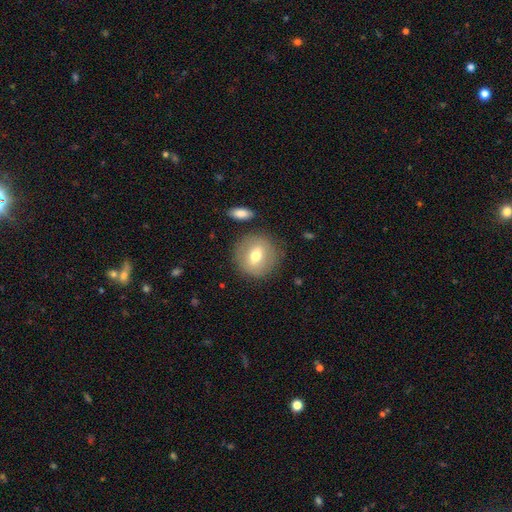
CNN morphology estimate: Smooth or featured? smooth (61%)
How rounded? round (86%)
Merging? none (82%)